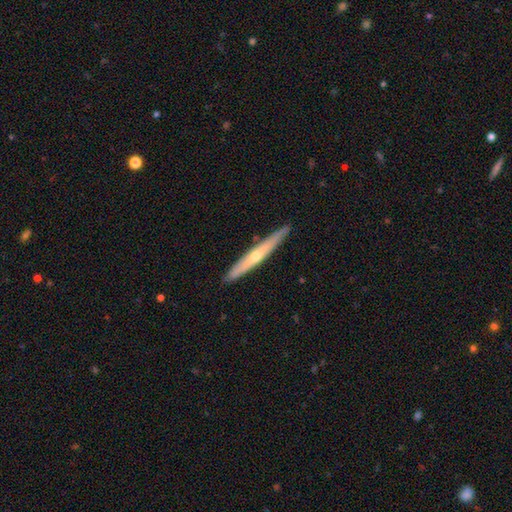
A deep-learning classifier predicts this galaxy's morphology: featured or disk 61%, smooth 33%, star or artifact 5%. Down the decision tree: edge-on disk — yes (94%); edge-on bulge — rounded (71%); merging — none (90%).